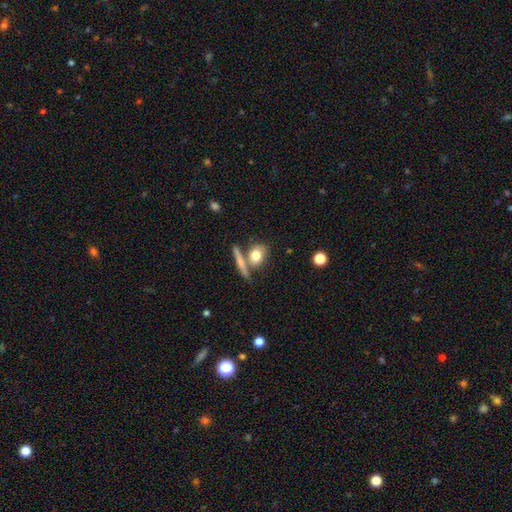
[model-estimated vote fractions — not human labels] A smooth galaxy with no disk features (77%) that is in between round and cigar-shaped (50%). Merging: none (58%).